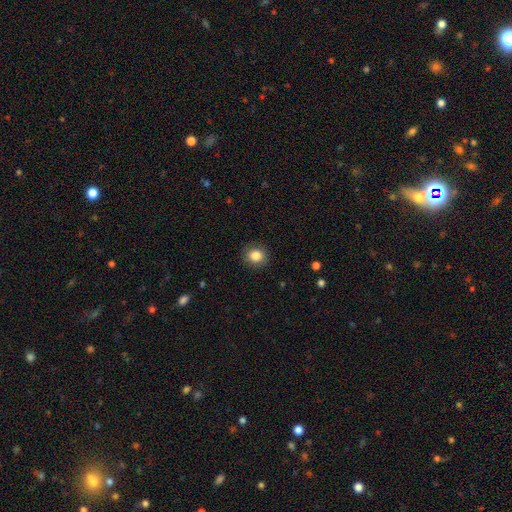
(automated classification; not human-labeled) smooth_or_featured: smooth (p=0.85) [alt: star or artifact p=0.10]
how_rounded: round (p=0.81) [alt: in between p=0.18]
merging: none (p=0.89) [alt: minor disturbance p=0.08]